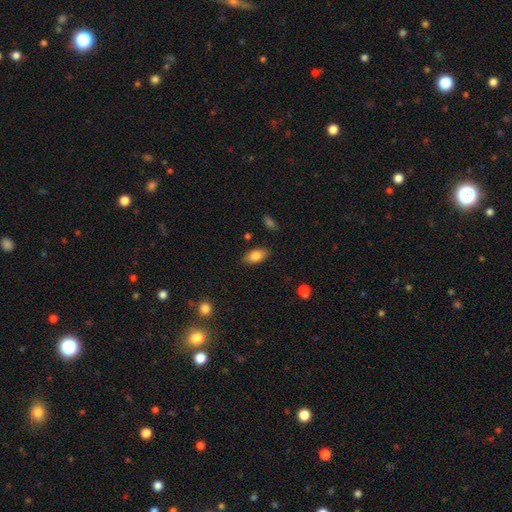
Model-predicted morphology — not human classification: Overall: smooth (83%). How rounded: in between (91%). Merging: none (84%).